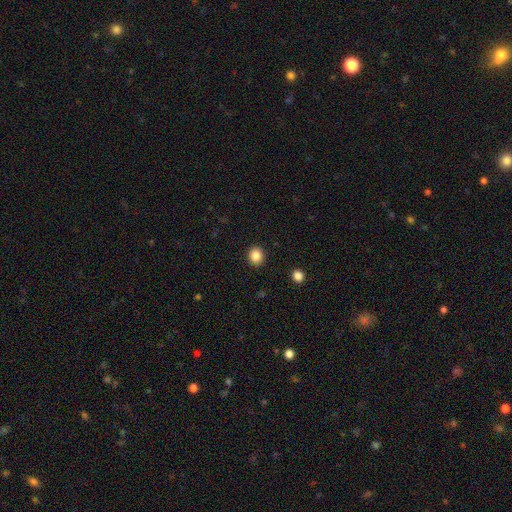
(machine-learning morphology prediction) Smooth or featured: smooth — 86% (star or artifact — 10%)
How rounded: round — 78% (in between — 22%)
Merging: none — 92% (minor disturbance — 5%)